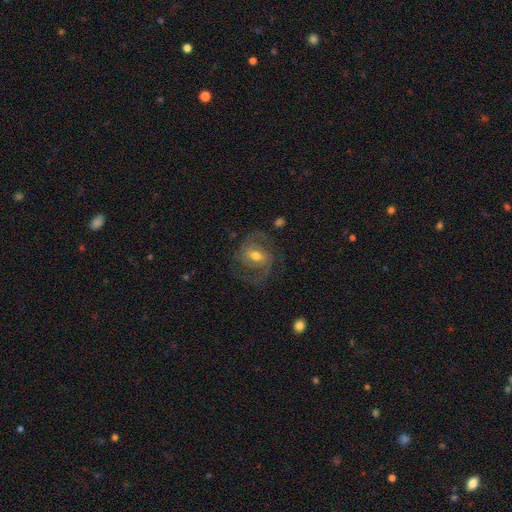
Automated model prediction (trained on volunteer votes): Smooth or featured?
  - featured or disk: 81% *
  - smooth: 11%
  - star or artifact: 8%
Edge-on disk?
  - no: 97% *
  - yes: 3%
Bar?
  - weak: 49% *
  - no: 30%
  - strong: 21%
Spiral arms?
  - yes: 94% *
  - no: 6%
Spiral winding?
  - medium: 55% *
  - tight: 28%
  - loose: 17%
Spiral arm count?
  - 2: 78% *
  - can't tell: 8%
  - 3: 7%
  - 1: 3%
  - 4: 2%
  - more than 4: 2%
Bulge size?
  - moderate: 66% *
  - small: 26%
  - large: 6%
  - none: 1%
  - dominant: 1%
Merging?
  - none: 72% *
  - minor disturbance: 15%
  - major disturbance: 11%
  - merger: 1%